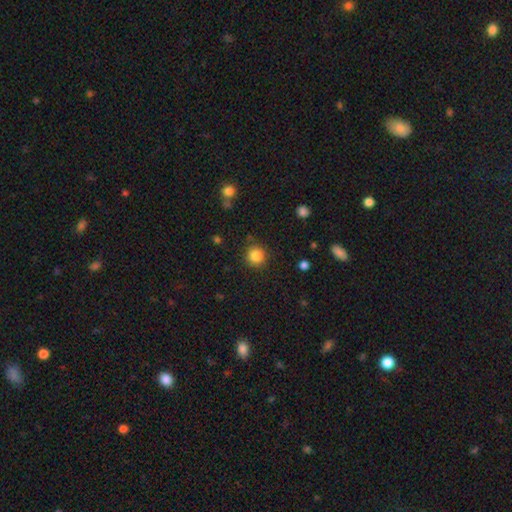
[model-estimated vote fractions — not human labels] A smooth galaxy with no disk features (85%) that is round (93%). Merging: none (88%).